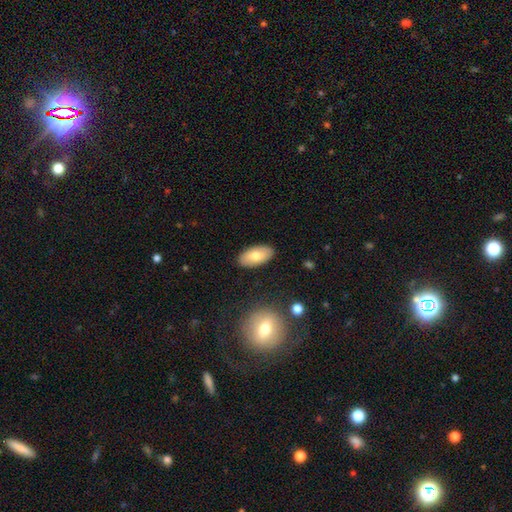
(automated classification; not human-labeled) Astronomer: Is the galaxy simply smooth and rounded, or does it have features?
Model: smooth — 74%.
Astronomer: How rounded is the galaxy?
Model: in between — 94%.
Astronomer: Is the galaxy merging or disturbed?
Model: none — 87%.